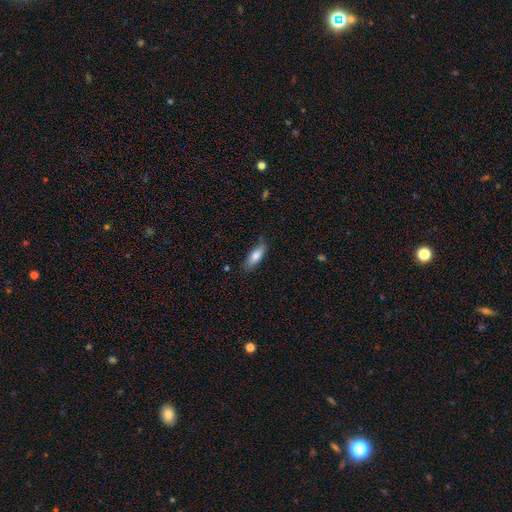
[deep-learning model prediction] This is likely a smooth galaxy (79%). How rounded: likely in between (67%). Merging: likely none (76%).